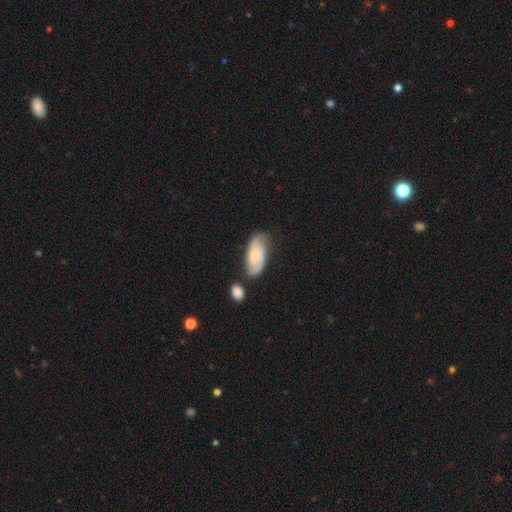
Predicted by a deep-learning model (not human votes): Q: Smooth or featured?
A: featured or disk (55%); runner-up: smooth (39%)
Q: Edge-on disk?
A: no (91%); runner-up: yes (9%)
Q: Bar?
A: no (72%); runner-up: weak (23%)
Q: Spiral arms?
A: yes (79%); runner-up: no (21%)
Q: Bulge size?
A: small (52%); runner-up: moderate (44%)
Q: Merging?
A: none (57%); runner-up: minor disturbance (26%)